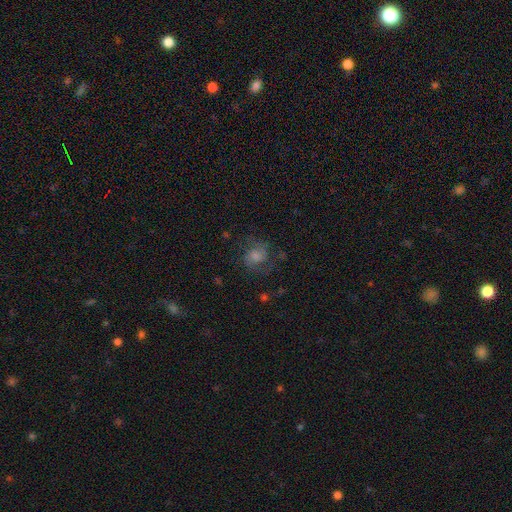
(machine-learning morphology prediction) A featured or disk galaxy (62%) with no bar (60%), 2 (81%) medium (53%) spiral arms (92%) and a moderate central bulge (43%). Merging: none (72%).